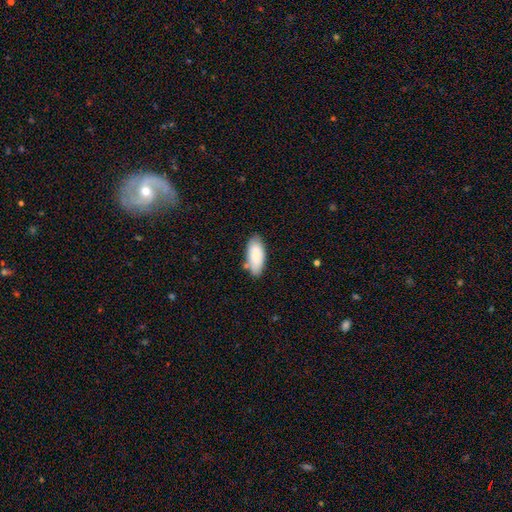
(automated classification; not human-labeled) This is clearly a smooth galaxy (83%). How rounded: clearly in between (88%). Merging: likely none (74%).